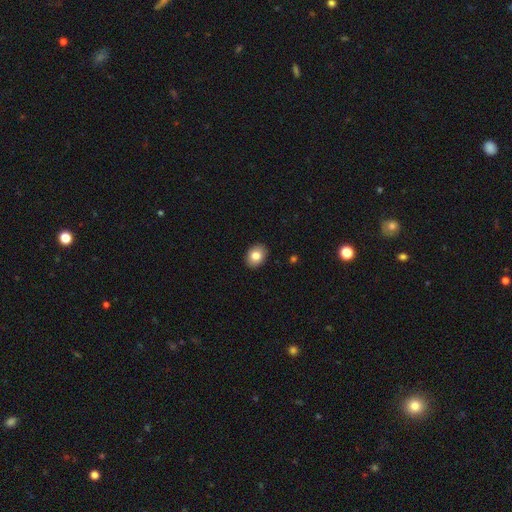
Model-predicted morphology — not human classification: This appears to be a smooth galaxy with no disk features (83%) that is in between round and cigar-shaped (65%). Merging: none (90%).